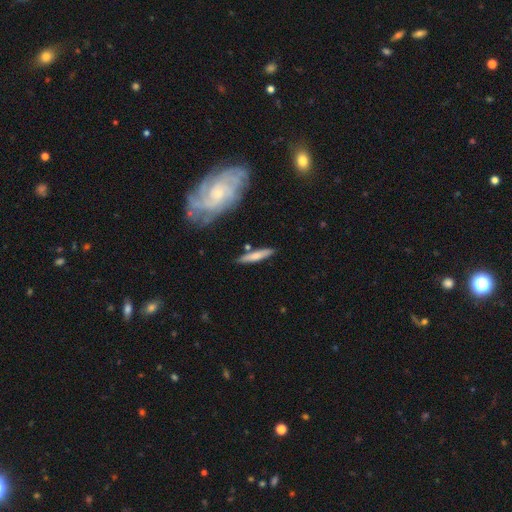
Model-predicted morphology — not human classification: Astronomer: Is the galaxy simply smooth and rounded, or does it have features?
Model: smooth — 64%.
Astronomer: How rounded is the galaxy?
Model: cigar-shaped — 87%.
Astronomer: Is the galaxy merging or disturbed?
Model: none — 81%.